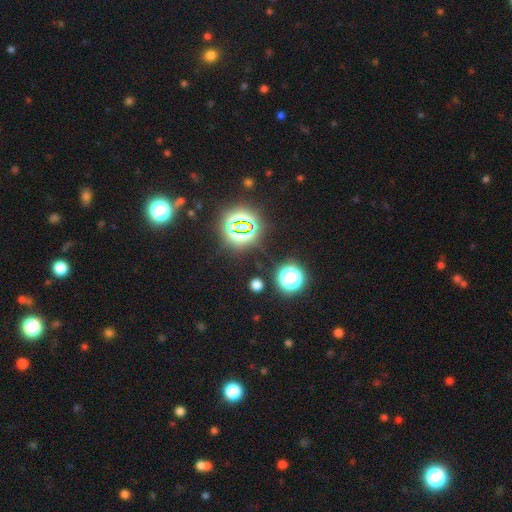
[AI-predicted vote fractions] star or artifact 77%, smooth 17%, featured or disk 6%.